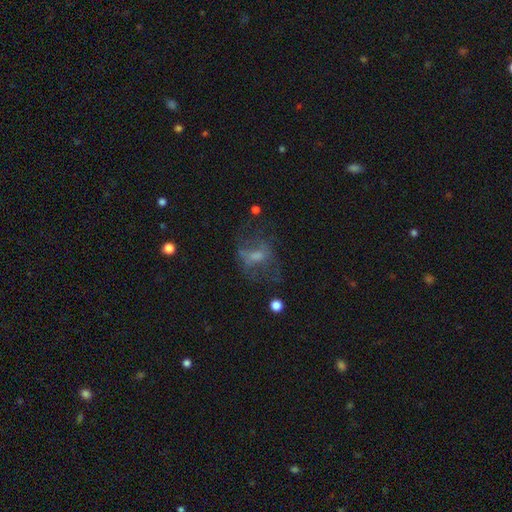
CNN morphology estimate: featured or disk 48%, smooth 34%, star or artifact 18%. Down the decision tree: merging — none (43%).